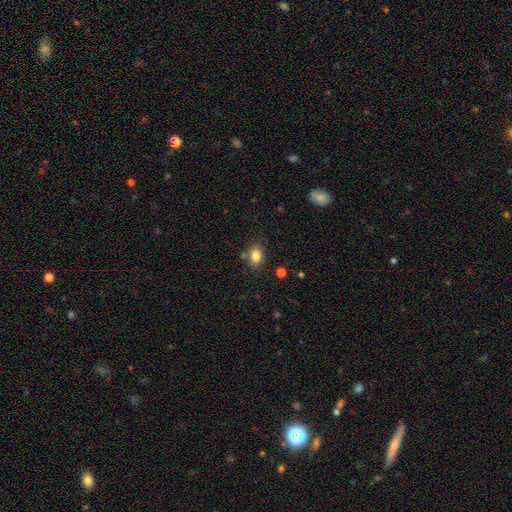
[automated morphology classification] smooth 82%, star or artifact 10%, featured or disk 7%. Down the decision tree: how rounded — in between (70%); merging — none (75%).